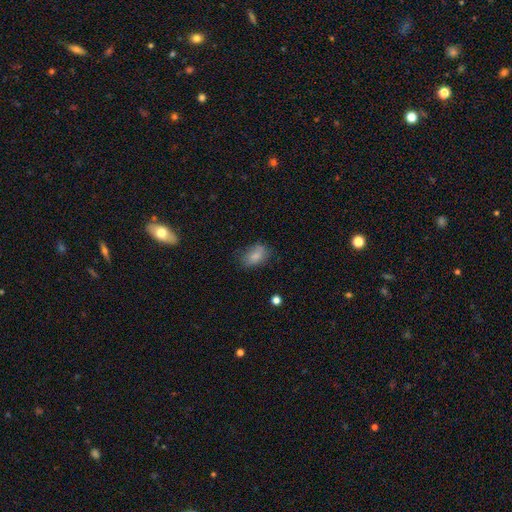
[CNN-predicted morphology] Smooth or featured? Predicted: smooth (p=0.81). How rounded? Predicted: in between (p=0.87). Merging? Predicted: none (p=0.65).